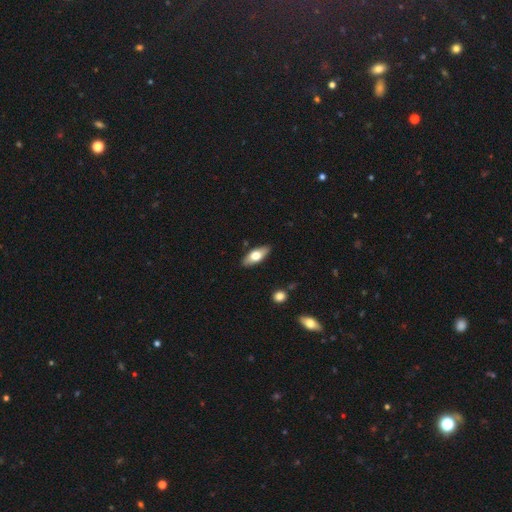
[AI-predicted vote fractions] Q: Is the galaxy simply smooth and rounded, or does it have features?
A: smooth — 63%.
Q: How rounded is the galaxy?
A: in between — 79%.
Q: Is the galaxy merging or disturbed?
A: none — 87%.